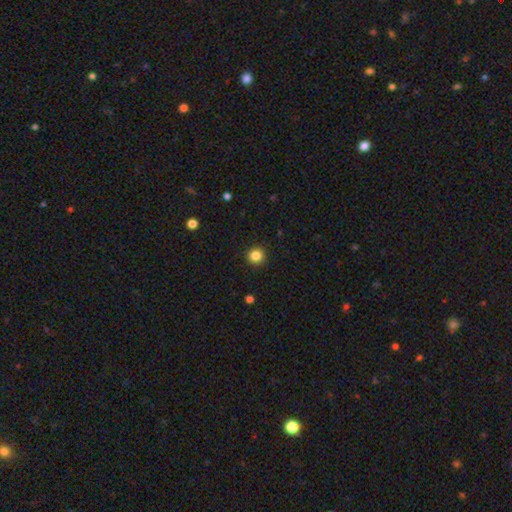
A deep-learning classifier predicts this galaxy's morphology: Overall: smooth (84%). How rounded: round (94%). Merging: none (92%).